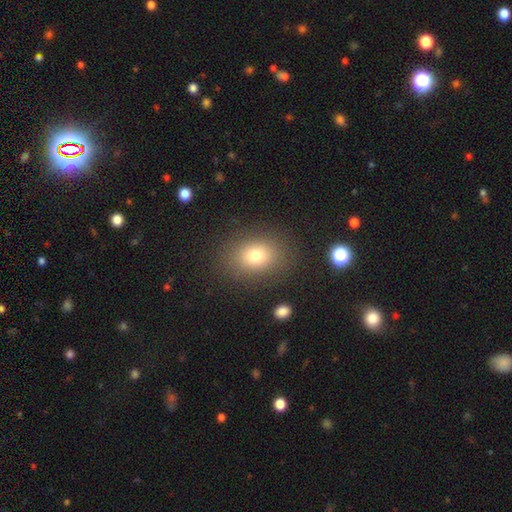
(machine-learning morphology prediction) Smooth or featured? smooth (77%)
How rounded? in between (62%)
Merging? none (85%)